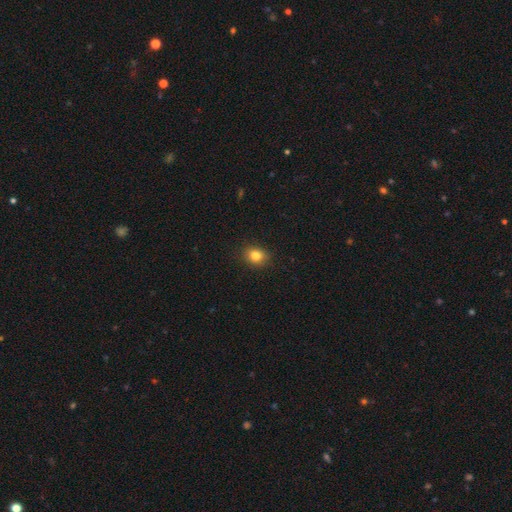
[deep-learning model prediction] This appears to be a smooth galaxy with no disk features (82%) that is round (50%). Merging: none (89%).